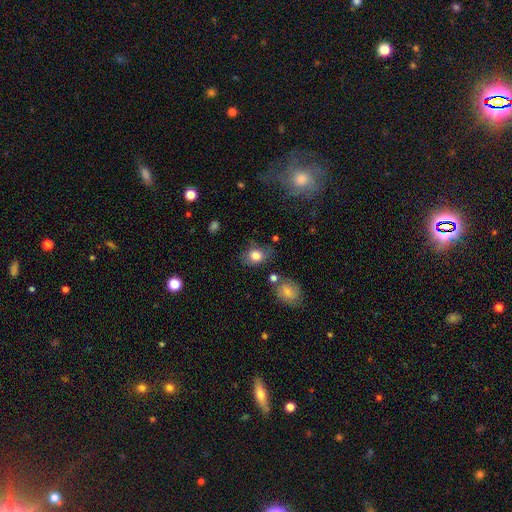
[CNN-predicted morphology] type=smooth (78%); roundness=in between (53%); merging=none (60%).